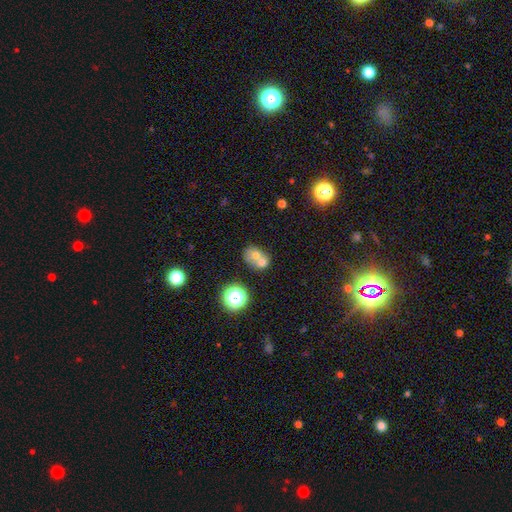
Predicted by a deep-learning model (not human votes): Q: Smooth or featured?
A: smooth (61%); runner-up: featured or disk (25%)
Q: How rounded?
A: round (54%); runner-up: in between (45%)
Q: Merging?
A: merger (65%); runner-up: none (24%)